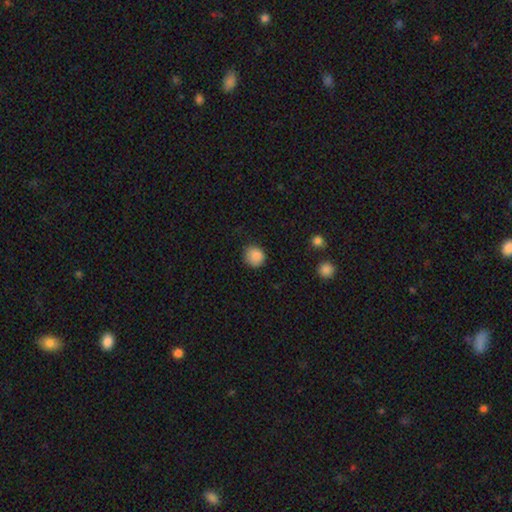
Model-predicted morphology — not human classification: Q: Smooth or featured?
A: smooth (87%); runner-up: star or artifact (9%)
Q: How rounded?
A: round (86%); runner-up: in between (13%)
Q: Merging?
A: none (81%); runner-up: minor disturbance (15%)